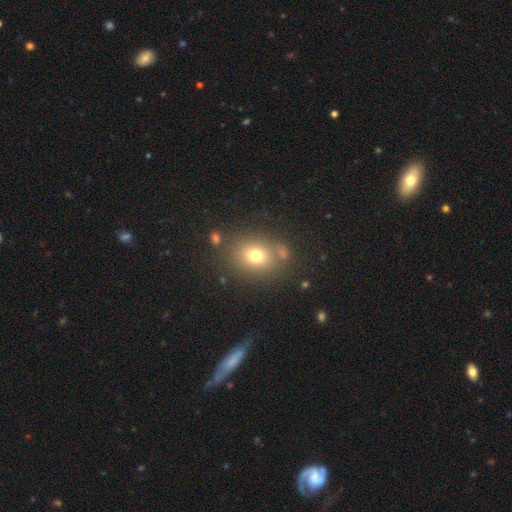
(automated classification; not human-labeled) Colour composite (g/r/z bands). It shows a smooth galaxy with no disk features (73%) that is round (50%). Merging: none (73%).